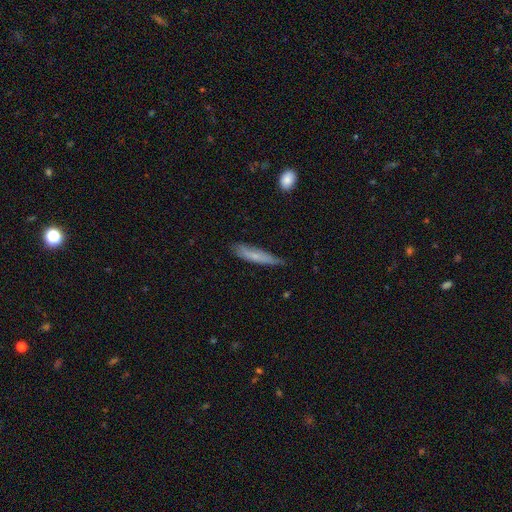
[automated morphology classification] This appears to be a smooth galaxy with no disk features (63%) that is cigar-shaped (85%). Merging: none (66%).